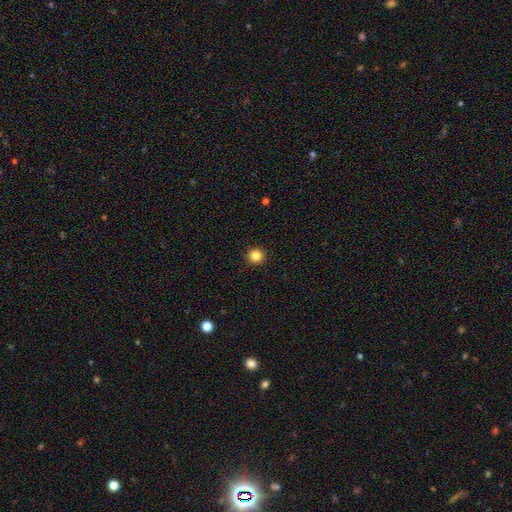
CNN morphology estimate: Overall: smooth (84%). How rounded: round (95%). Merging: none (93%).